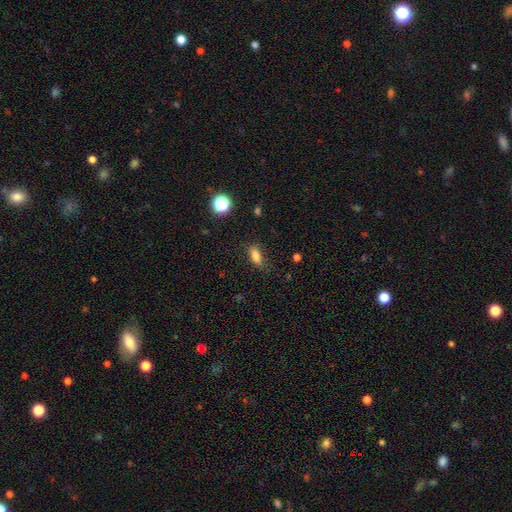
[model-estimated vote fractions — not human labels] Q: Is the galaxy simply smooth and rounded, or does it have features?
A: smooth — 81%.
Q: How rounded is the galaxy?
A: in between — 79%.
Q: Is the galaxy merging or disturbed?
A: none — 76%.